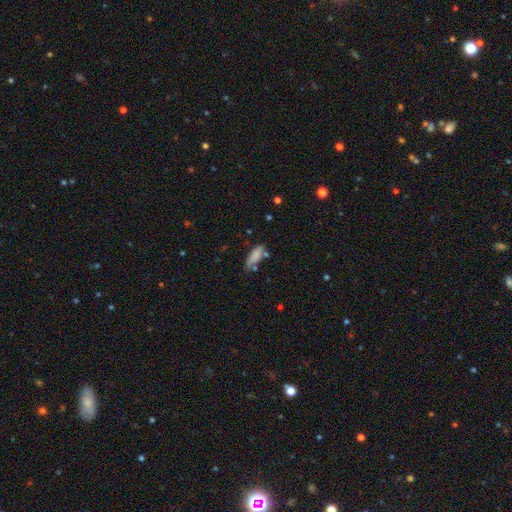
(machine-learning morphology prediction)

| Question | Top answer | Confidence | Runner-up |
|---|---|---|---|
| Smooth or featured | smooth | 79% | featured or disk (13%) |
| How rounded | in between | 64% | cigar-shaped (34%) |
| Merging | none | 58% | minor disturbance (26%) |